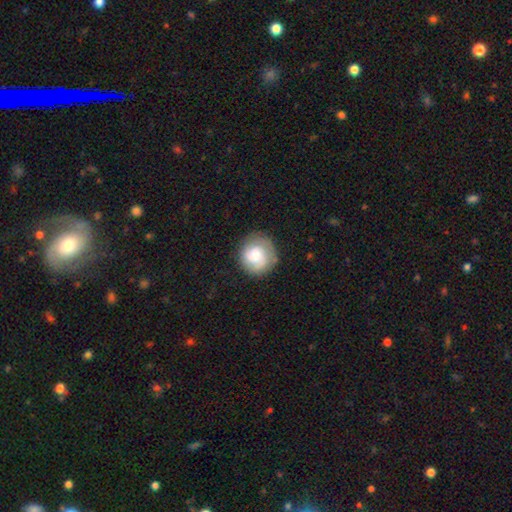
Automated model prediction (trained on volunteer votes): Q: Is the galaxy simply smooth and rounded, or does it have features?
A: smooth — 55%.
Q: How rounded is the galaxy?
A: round — 86%.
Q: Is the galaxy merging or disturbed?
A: none — 77%.